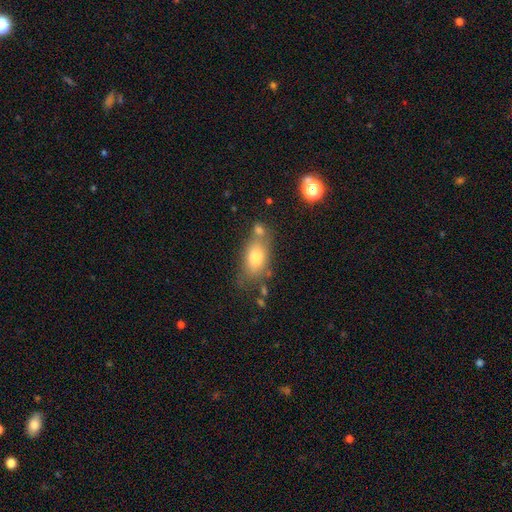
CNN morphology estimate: A smooth galaxy with no disk features (72%) that is in between round and cigar-shaped (81%). Merging: none (56%).